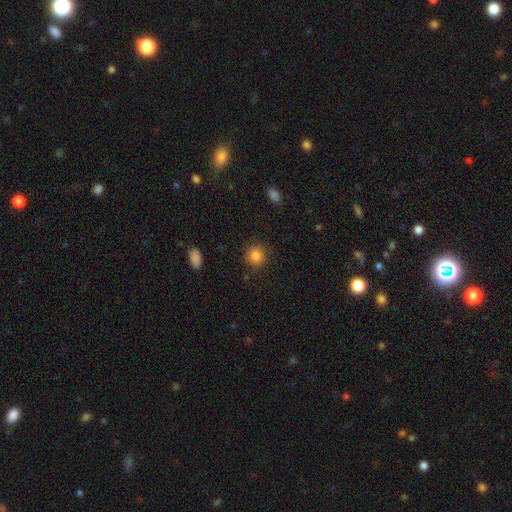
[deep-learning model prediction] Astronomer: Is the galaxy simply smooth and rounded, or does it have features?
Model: smooth — 84%.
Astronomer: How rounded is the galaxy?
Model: round — 91%.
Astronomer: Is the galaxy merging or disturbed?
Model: none — 89%.